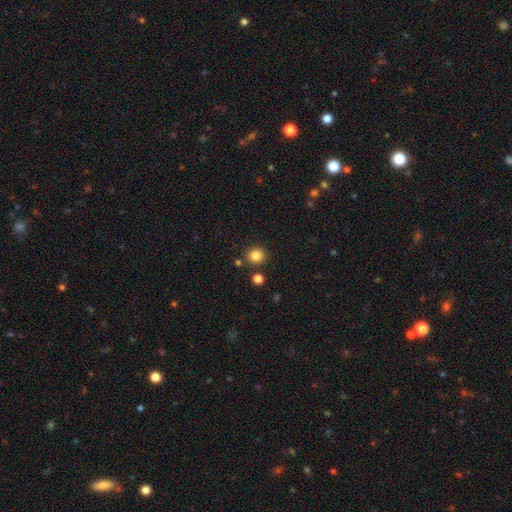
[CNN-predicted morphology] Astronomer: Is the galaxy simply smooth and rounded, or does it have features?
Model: smooth — 84%.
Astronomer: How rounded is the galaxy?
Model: round — 90%.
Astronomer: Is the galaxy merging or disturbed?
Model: none — 85%.